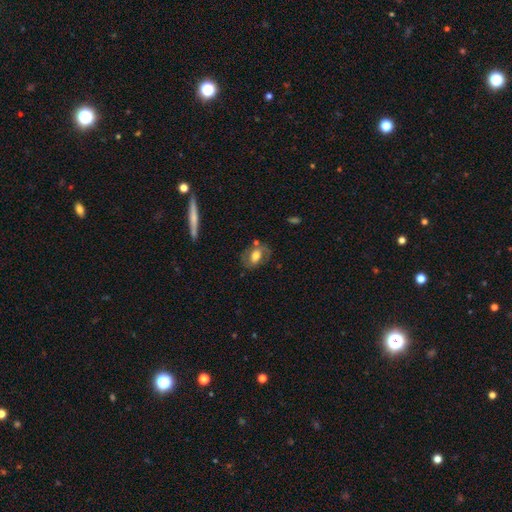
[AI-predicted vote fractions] smooth_or_featured: featured or disk (p=0.48) [alt: smooth p=0.45]
merging: none (p=0.64) [alt: minor disturbance p=0.19]